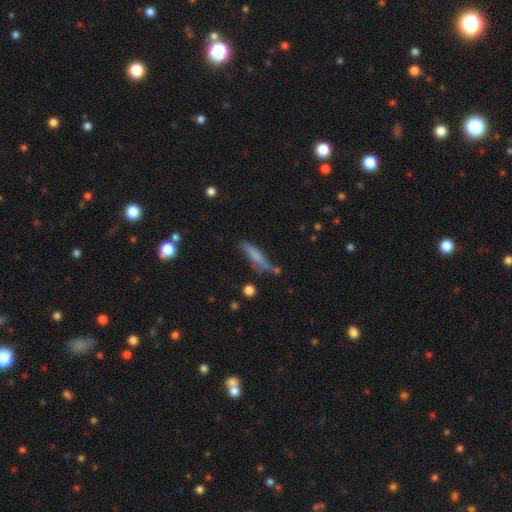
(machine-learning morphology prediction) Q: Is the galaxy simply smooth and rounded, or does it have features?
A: smooth — 64%.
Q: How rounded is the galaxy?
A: cigar-shaped — 80%.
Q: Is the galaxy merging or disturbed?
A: none — 59%.